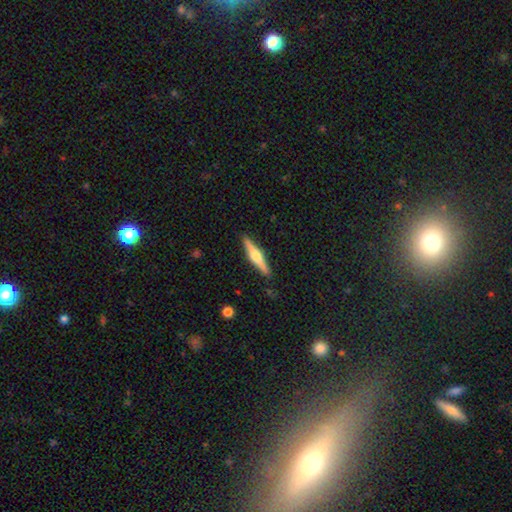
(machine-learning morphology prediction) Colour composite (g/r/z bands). It shows a featured or disk galaxy (65%) viewed edge-on (98%) with a rounded central bulge (90%). Merging: none (90%).